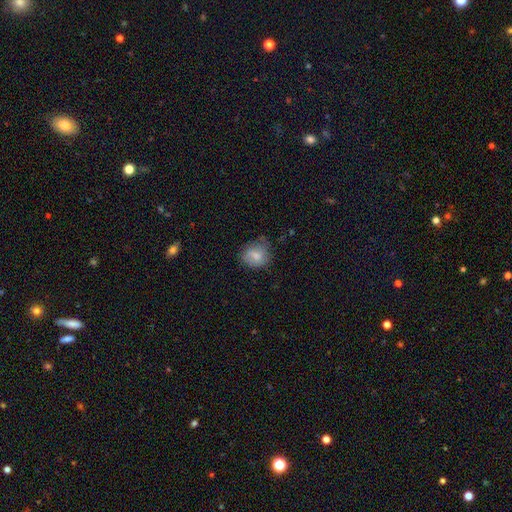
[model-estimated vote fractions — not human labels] smooth 70%, featured or disk 21%, star or artifact 8%. Down the decision tree: how rounded — round (61%); merging — none (57%).